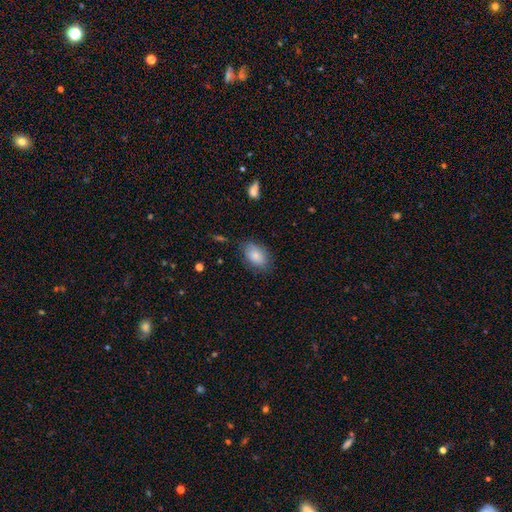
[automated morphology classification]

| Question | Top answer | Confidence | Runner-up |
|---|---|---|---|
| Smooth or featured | smooth | 83% | featured or disk (10%) |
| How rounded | in between | 90% | round (8%) |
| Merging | none | 77% | minor disturbance (17%) |